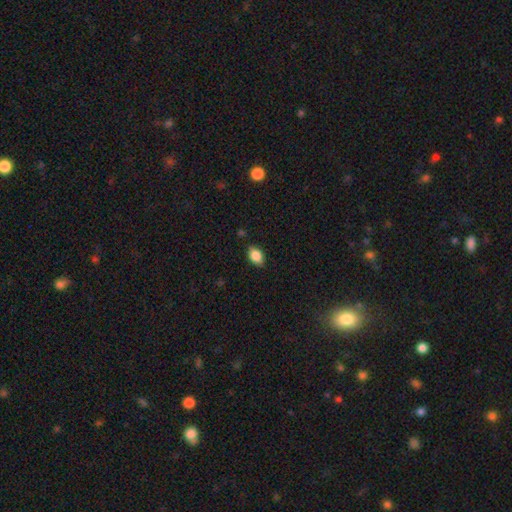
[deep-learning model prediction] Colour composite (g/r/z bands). It shows a smooth galaxy with no disk features (85%) that is in between round and cigar-shaped (85%). Merging: none (82%).